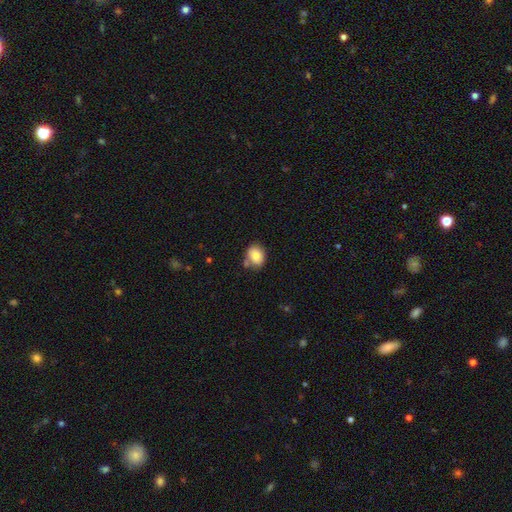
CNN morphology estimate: type=smooth (81%); roundness=round (50%); merging=none (67%).